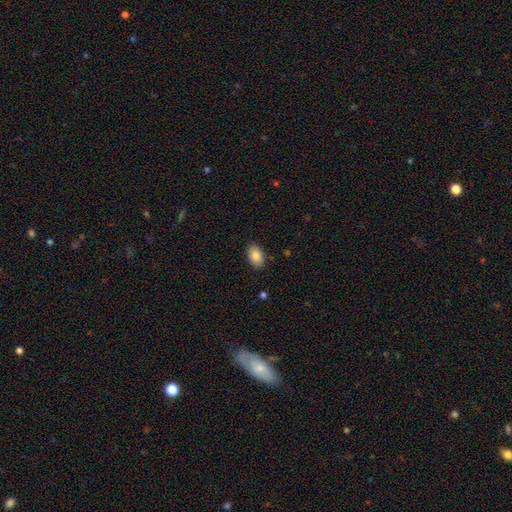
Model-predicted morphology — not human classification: Q: Smooth or featured?
A: smooth (86%); runner-up: star or artifact (7%)
Q: How rounded?
A: in between (89%); runner-up: round (10%)
Q: Merging?
A: none (86%); runner-up: minor disturbance (10%)